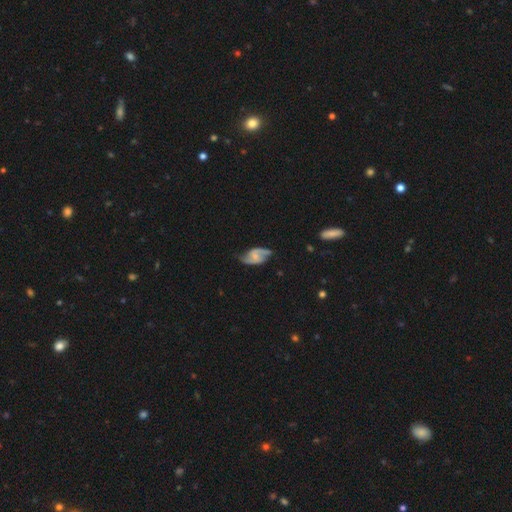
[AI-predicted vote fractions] Morphology: type=featured or disk (81%); edge-on=no (97%); bar=no (47%); spiral arms=yes (95%); winding=loose (47%); arm count=2 (90%); bulge=small (53%); merging=none (65%).